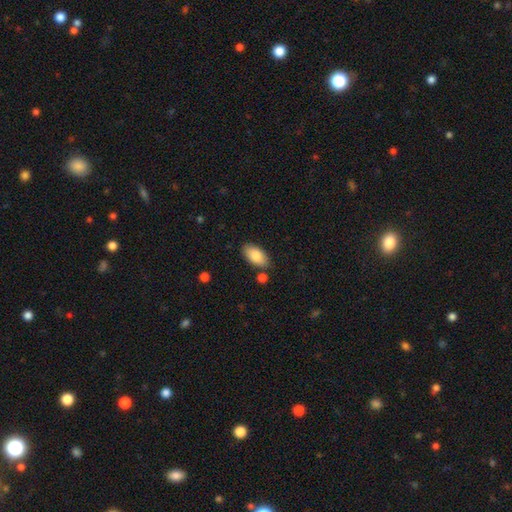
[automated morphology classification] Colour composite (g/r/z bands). It shows a smooth galaxy with no disk features (83%) that is in between round and cigar-shaped (94%). Merging: none (84%).